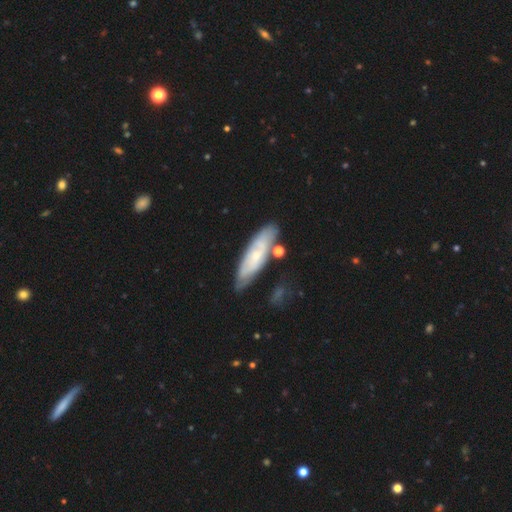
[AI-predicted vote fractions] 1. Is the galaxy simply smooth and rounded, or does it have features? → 50% featured or disk, 44% smooth, 7% star or artifact.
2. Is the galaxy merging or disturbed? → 72% none, 18% minor disturbance, 6% merger, 4% major disturbance.